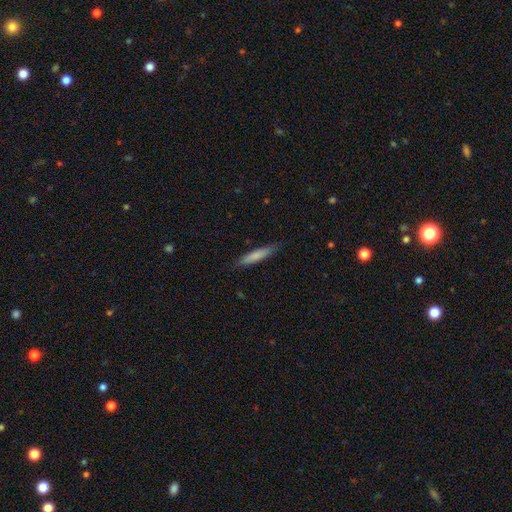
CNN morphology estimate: The model was most divided on "smooth or featured": smooth: 78%, featured or disk: 16%, star or artifact: 6%. More confident: how rounded — cigar-shaped (88%); merging — none (85%).